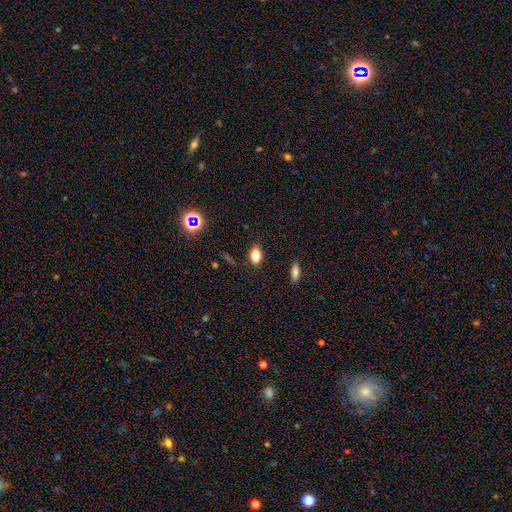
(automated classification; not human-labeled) Morphology: type=smooth (80%); roundness=in between (83%); merging=none (84%).